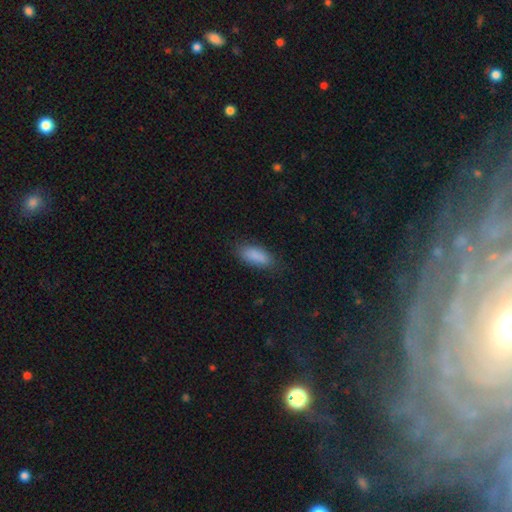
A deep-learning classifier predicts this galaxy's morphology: smooth-or-featured: smooth: 87% | star or artifact: 7% | featured or disk: 6%
  how-rounded: in between: 81% | cigar-shaped: 16% | round: 2%
  merging: none: 79% | minor disturbance: 16% | major disturbance: 4% | merger: 1%